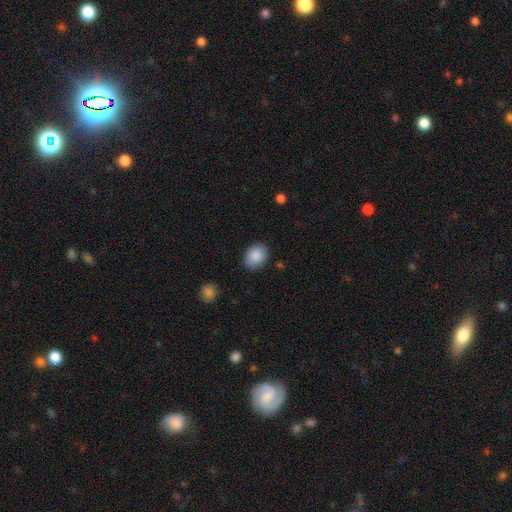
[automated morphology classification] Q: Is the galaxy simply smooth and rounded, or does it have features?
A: smooth — 89%.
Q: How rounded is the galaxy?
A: in between — 58%.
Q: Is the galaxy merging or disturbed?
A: none — 87%.